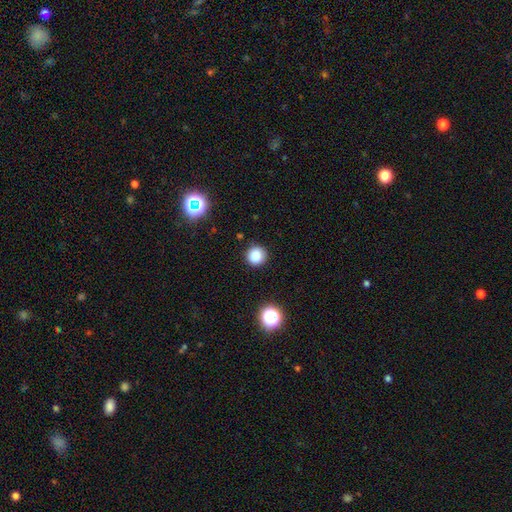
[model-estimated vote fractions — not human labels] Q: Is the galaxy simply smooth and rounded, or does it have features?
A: smooth — 83%.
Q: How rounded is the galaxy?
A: round — 94%.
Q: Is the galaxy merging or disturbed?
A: none — 90%.